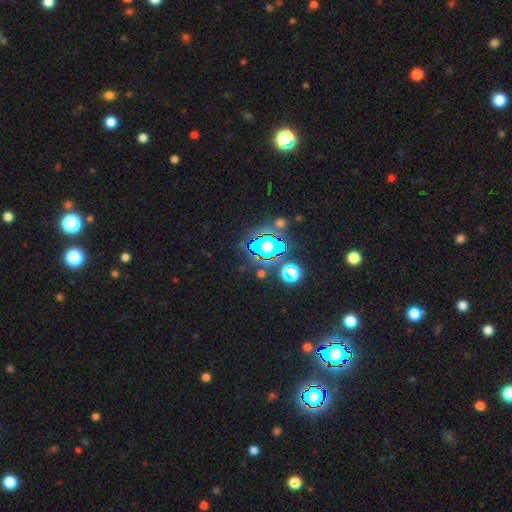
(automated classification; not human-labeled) A star or artifact, not a galaxy (79%).

Vote fractions:
- Smooth or featured? star or artifact: 79% / smooth: 13% / featured or disk: 8%